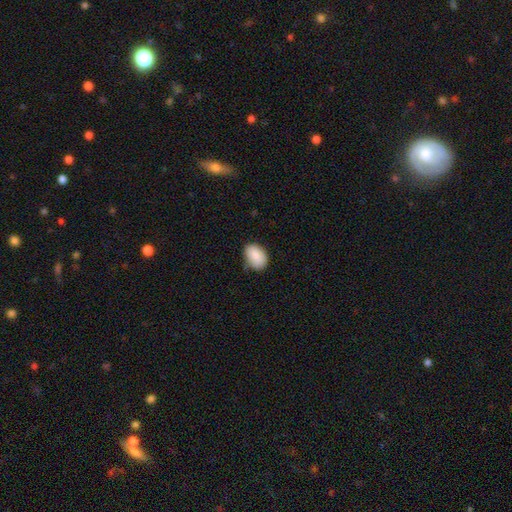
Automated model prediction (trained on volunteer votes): Smooth or featured: smooth — 87% (star or artifact — 7%)
How rounded: in between — 81% (round — 18%)
Merging: none — 67% (minor disturbance — 27%)